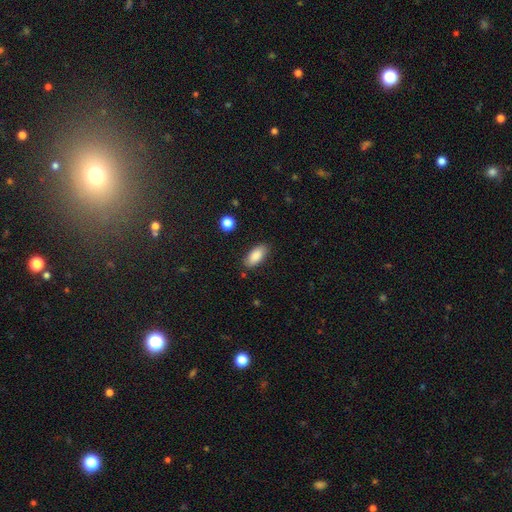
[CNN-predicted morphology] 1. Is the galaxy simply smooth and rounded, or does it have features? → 87% smooth, 7% star or artifact, 6% featured or disk.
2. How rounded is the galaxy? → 88% in between, 9% cigar-shaped, 2% round.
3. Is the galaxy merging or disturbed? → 84% none, 11% minor disturbance, 3% major disturbance, 2% merger.